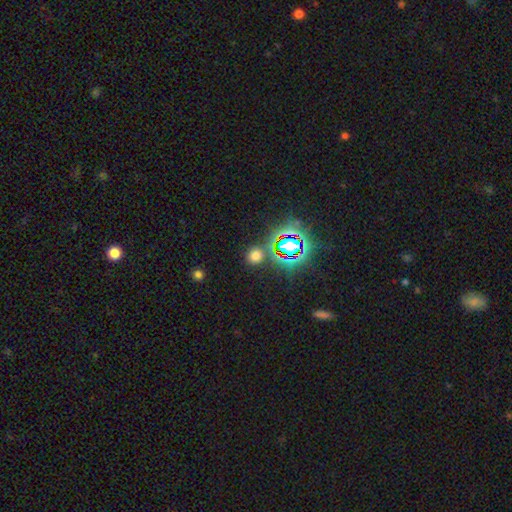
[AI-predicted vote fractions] Smooth or featured? smooth (60%)
How rounded? round (87%)
Merging? none (84%)